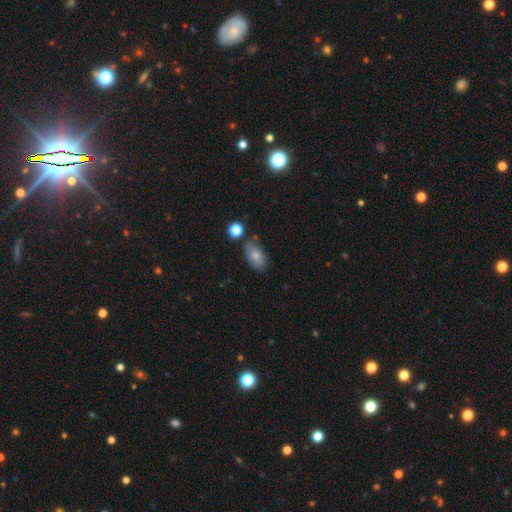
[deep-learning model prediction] Overall: smooth (78%). How rounded: in between (90%). Merging: none (67%).